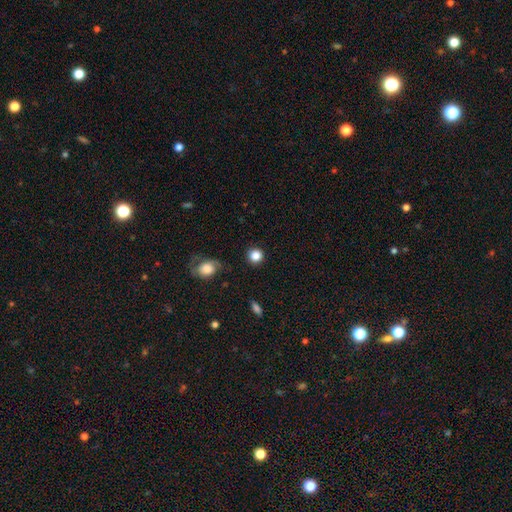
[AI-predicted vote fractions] This appears to be a smooth galaxy with no disk features (85%) that is round (92%). Merging: none (88%).